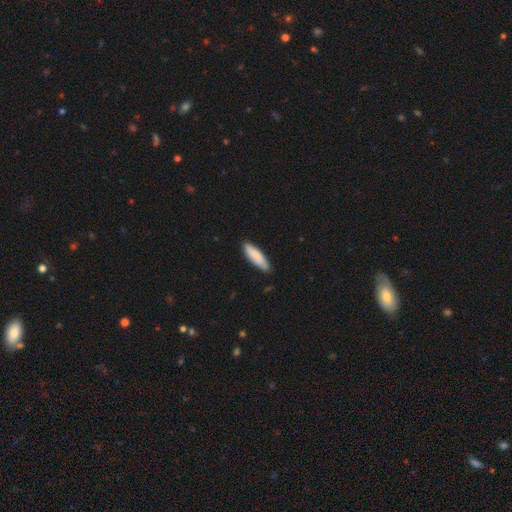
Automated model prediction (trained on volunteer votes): Morphology: type=smooth (83%); roundness=cigar-shaped (60%); merging=none (82%).